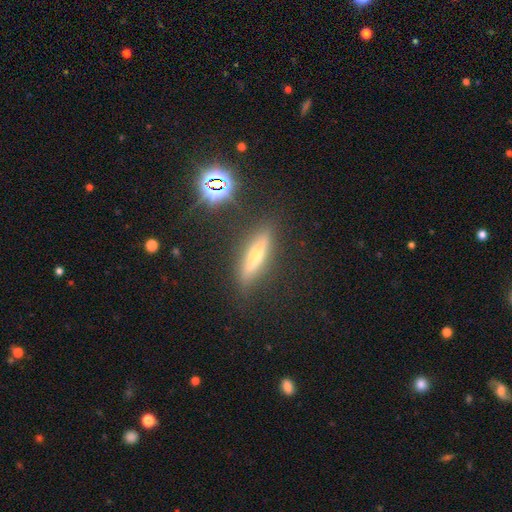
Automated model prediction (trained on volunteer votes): smooth_or_featured: featured or disk (p=0.53) [alt: smooth p=0.34]
disk_edge_on: yes (p=0.89) [alt: no p=0.11]
merging: none (p=0.85) [alt: minor disturbance p=0.10]